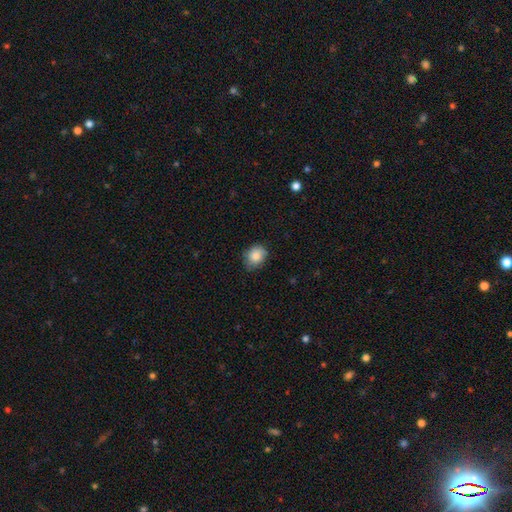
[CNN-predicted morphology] Smooth or featured: smooth — 84% (featured or disk — 9%)
How rounded: round — 53% (in between — 46%)
Merging: none — 75% (minor disturbance — 21%)